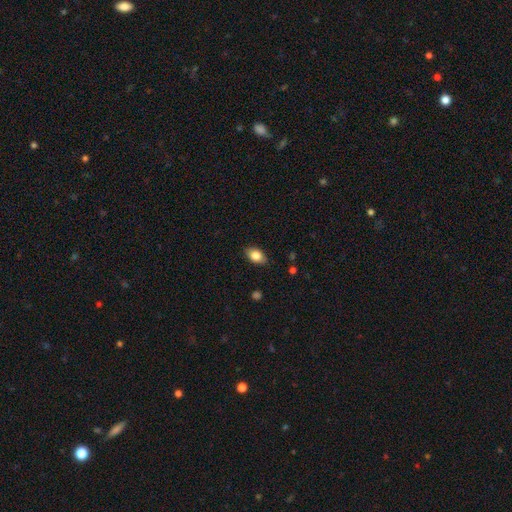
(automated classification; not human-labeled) Smooth or featured: smooth — 83% (featured or disk — 9%)
How rounded: in between — 84% (round — 14%)
Merging: none — 84% (minor disturbance — 12%)